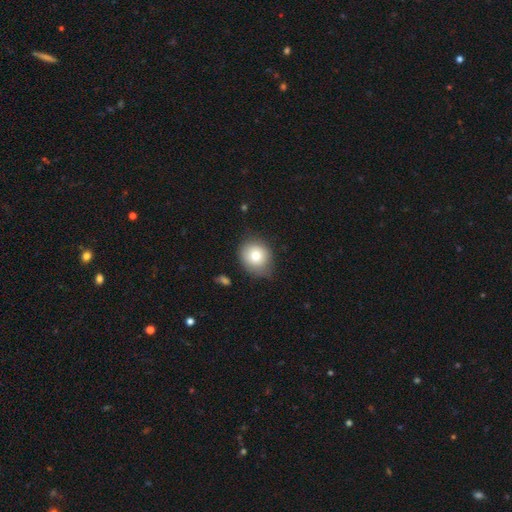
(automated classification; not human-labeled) Smooth or featured: smooth — 75% (featured or disk — 15%)
How rounded: round — 76% (in between — 23%)
Merging: none — 70% (minor disturbance — 23%)